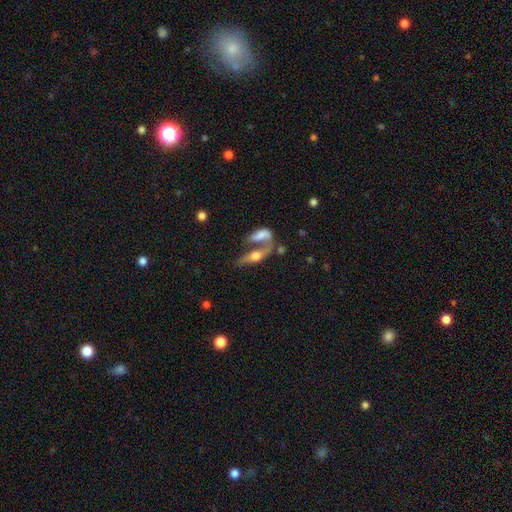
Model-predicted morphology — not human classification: This appears to be a featured or disk galaxy (48%). Merging: merger (57%).